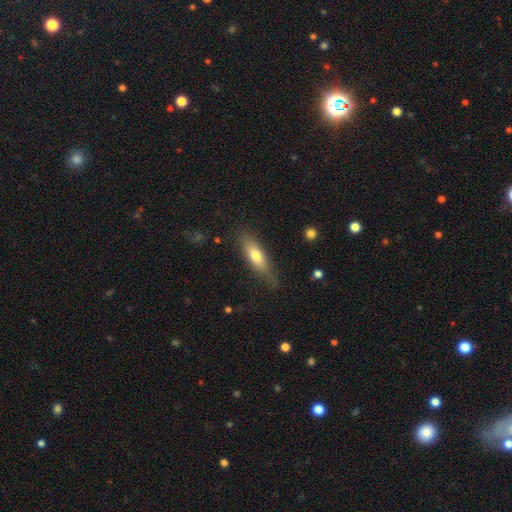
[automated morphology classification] A smooth galaxy with no disk features (66%) that is in between round and cigar-shaped (51%).

Vote fractions:
- Smooth or featured? smooth: 66% / featured or disk: 27% / star or artifact: 7%
- How rounded? in between: 51% / cigar-shaped: 47% / round: 3%
- Merging? none: 72% / minor disturbance: 21% / major disturbance: 5% / merger: 2%